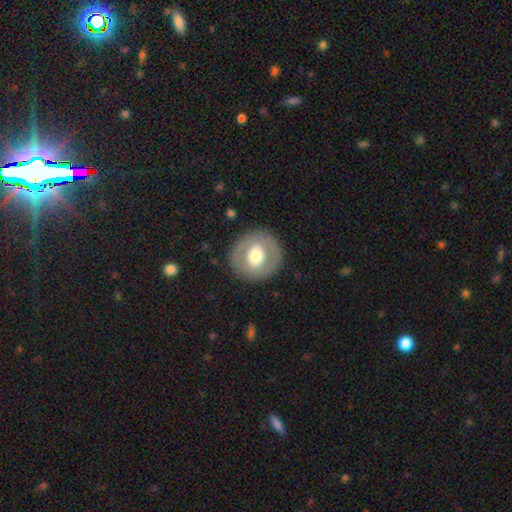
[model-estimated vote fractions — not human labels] smooth_or_featured: smooth (p=0.51) [alt: featured or disk p=0.43]
how_rounded: round (p=0.90) [alt: in between p=0.09]
merging: none (p=0.86) [alt: minor disturbance p=0.08]